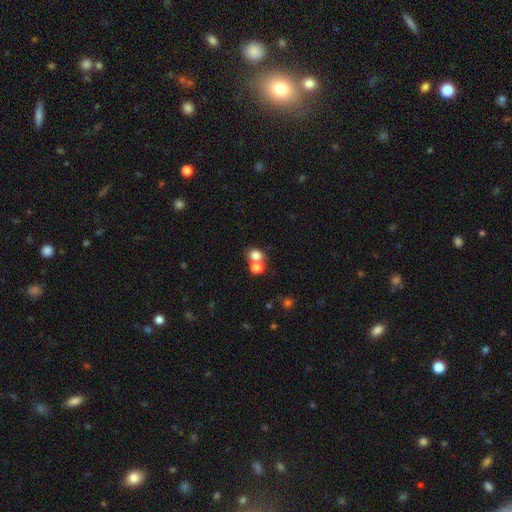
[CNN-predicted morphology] The model was most divided on "merging": merger: 46%, none: 43%, minor disturbance: 8%, major disturbance: 4%. More confident: smooth or featured — smooth (77%); how rounded — round (64%).